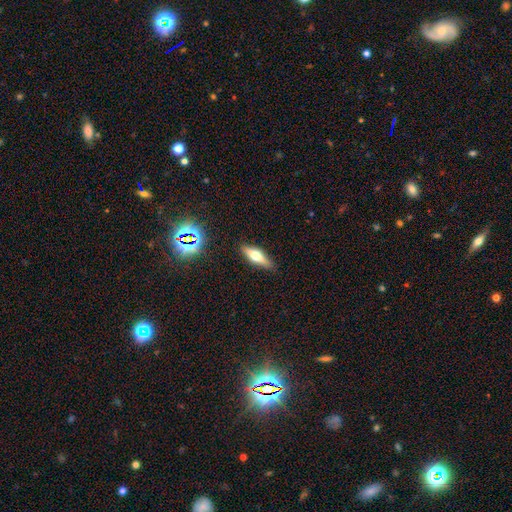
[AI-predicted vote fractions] featured or disk 47%, smooth 44%, star or artifact 9%. Down the decision tree: merging — none (88%).